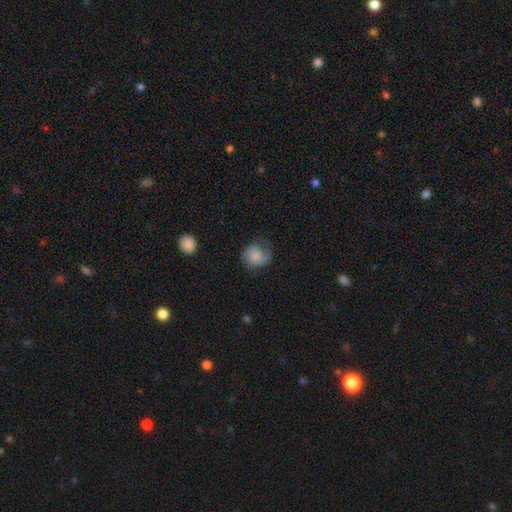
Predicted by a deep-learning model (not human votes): A smooth galaxy with no disk features (57%) that is round (74%).

Vote fractions:
- Smooth or featured? smooth: 57% / featured or disk: 35% / star or artifact: 9%
- How rounded? round: 74% / in between: 25% / cigar-shaped: 1%
- Merging? none: 62% / minor disturbance: 24% / major disturbance: 13% / merger: 1%